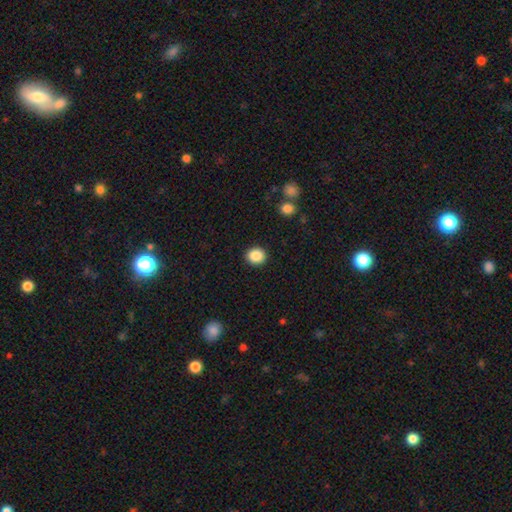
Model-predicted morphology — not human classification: Smooth or featured: smooth — 87% (star or artifact — 9%)
How rounded: round — 81% (in between — 18%)
Merging: none — 91% (minor disturbance — 5%)